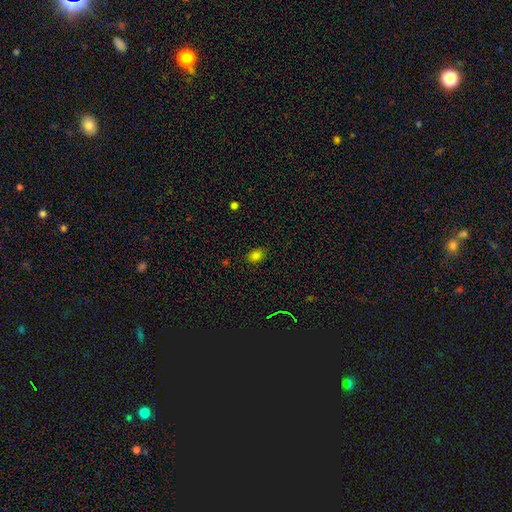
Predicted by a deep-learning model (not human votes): Smooth or featured?
  - smooth: 79% *
  - star or artifact: 16%
  - featured or disk: 5%
How rounded?
  - in between: 72% *
  - round: 26%
  - cigar-shaped: 1%
Merging?
  - none: 85% *
  - minor disturbance: 11%
  - major disturbance: 3%
  - merger: 1%